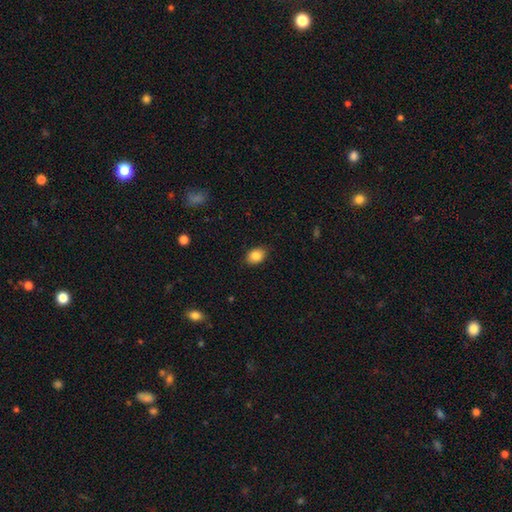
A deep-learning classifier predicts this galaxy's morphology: Smooth or featured? Predicted: smooth (p=0.86). How rounded? Predicted: in between (p=0.78). Merging? Predicted: none (p=0.85).